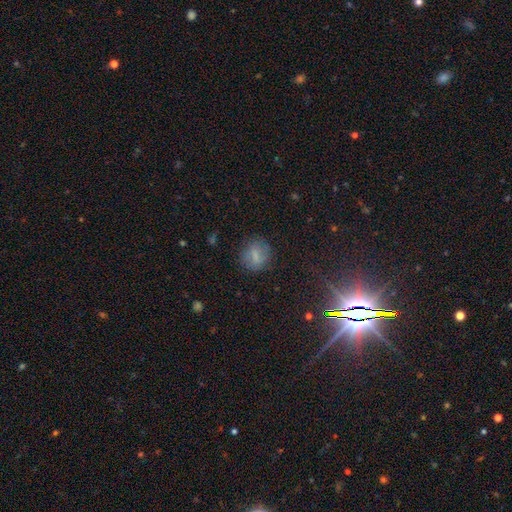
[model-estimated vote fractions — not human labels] A smooth galaxy with no disk features (66%) that is round (69%). Merging: none (79%).